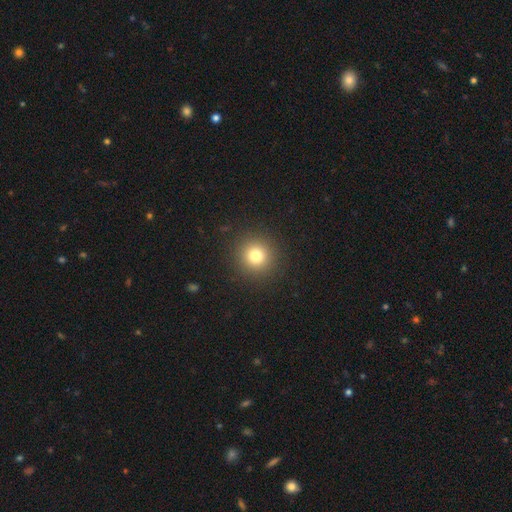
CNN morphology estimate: This appears to be a smooth galaxy with no disk features (79%) that is round (94%). Merging: none (91%).